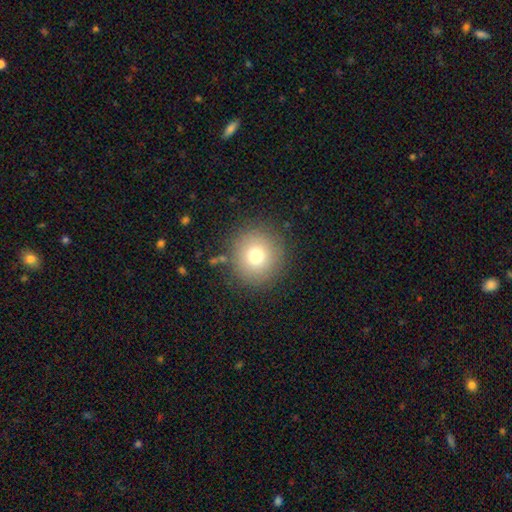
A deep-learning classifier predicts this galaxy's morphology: Overall: smooth (76%). How rounded: round (92%). Merging: none (86%).